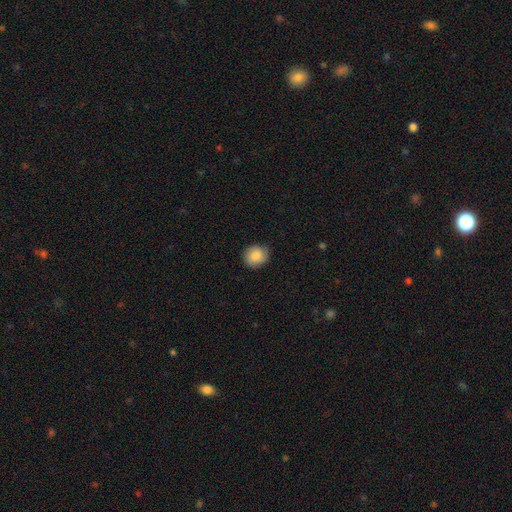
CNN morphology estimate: The model was most divided on "how rounded": round: 81%, in between: 18%, cigar-shaped: 1%. More confident: smooth or featured — smooth (86%); merging — none (83%).